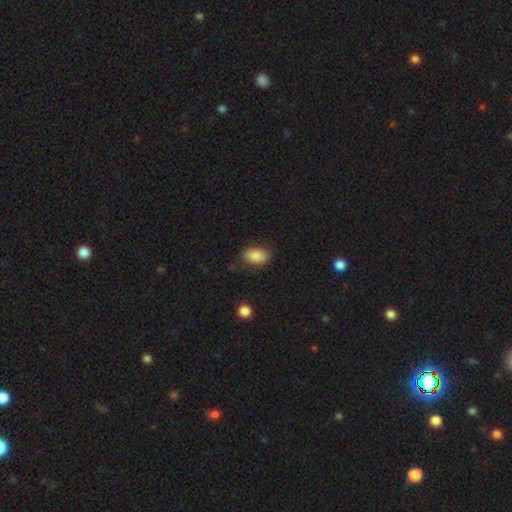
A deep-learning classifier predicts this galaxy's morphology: Q: Smooth or featured?
A: smooth (85%); runner-up: star or artifact (8%)
Q: How rounded?
A: in between (88%); runner-up: round (10%)
Q: Merging?
A: none (77%); runner-up: minor disturbance (17%)